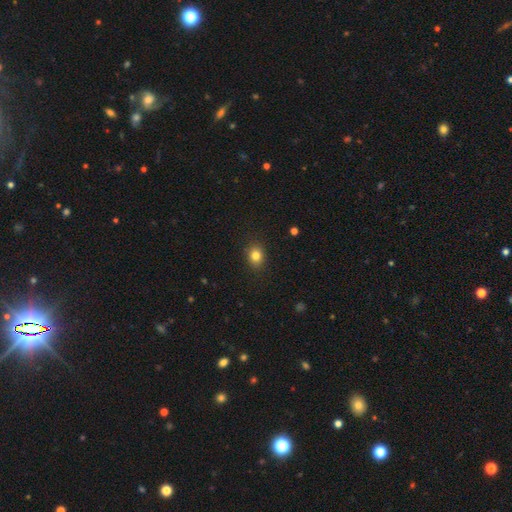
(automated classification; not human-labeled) Q: Smooth or featured?
A: smooth (82%); runner-up: star or artifact (11%)
Q: How rounded?
A: round (55%); runner-up: in between (44%)
Q: Merging?
A: none (89%); runner-up: minor disturbance (8%)